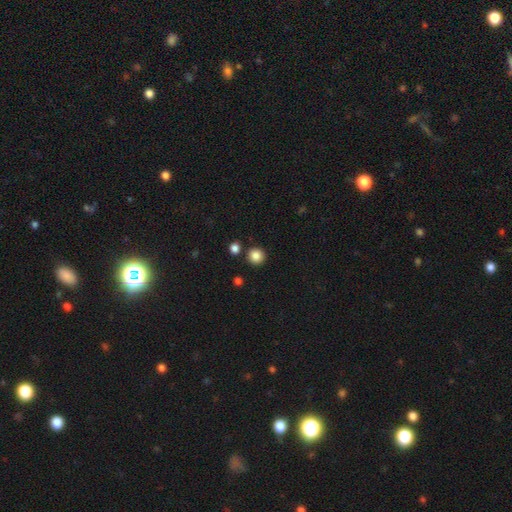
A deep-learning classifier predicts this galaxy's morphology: Smooth or featured? smooth (86%)
How rounded? round (94%)
Merging? none (88%)